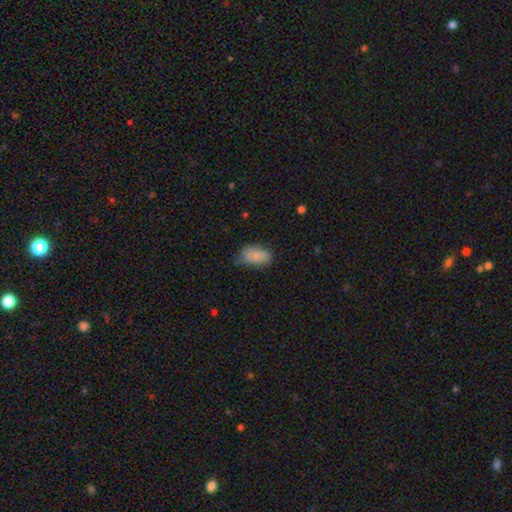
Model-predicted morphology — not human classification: A smooth galaxy with no disk features (83%) that is in between round and cigar-shaped (92%). Merging: none (64%).